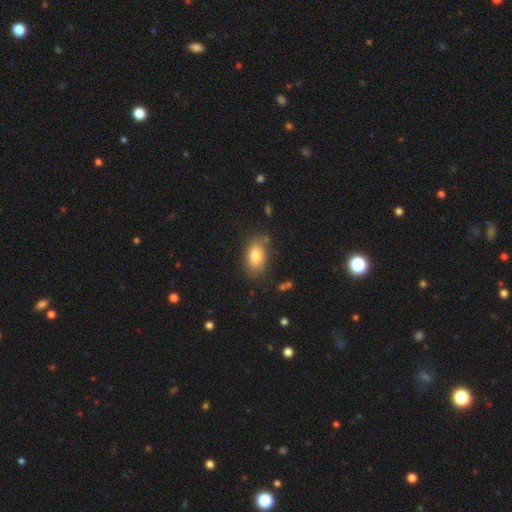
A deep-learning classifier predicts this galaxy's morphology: Q: Smooth or featured?
A: smooth (80%); runner-up: featured or disk (12%)
Q: How rounded?
A: in between (89%); runner-up: round (9%)
Q: Merging?
A: none (78%); runner-up: minor disturbance (15%)